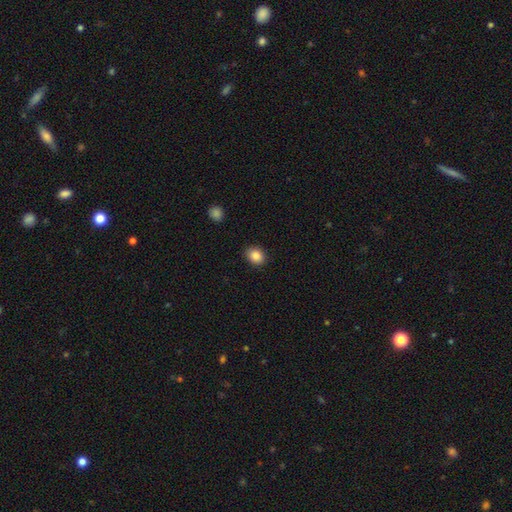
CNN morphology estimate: smooth_or_featured: smooth (p=0.86) [alt: star or artifact p=0.09]
how_rounded: round (p=0.52) [alt: in between p=0.47]
merging: none (p=0.90) [alt: minor disturbance p=0.07]